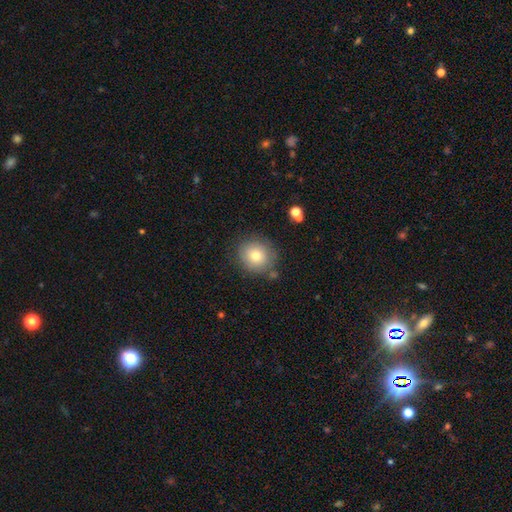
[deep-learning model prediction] Smooth or featured? Predicted: smooth (p=0.76). How rounded? Predicted: round (p=0.88). Merging? Predicted: none (p=0.80).